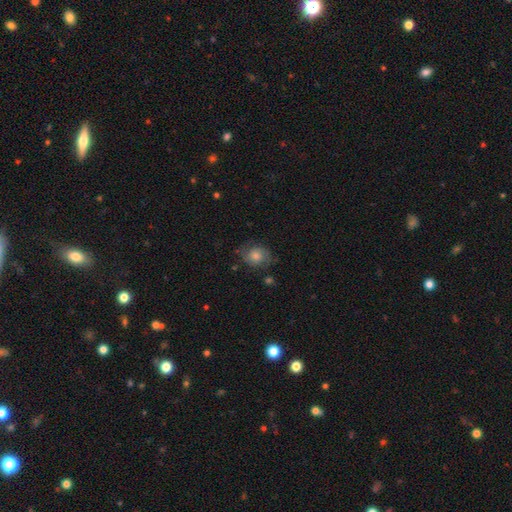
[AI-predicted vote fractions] This is possibly a featured or disk galaxy (46%). Merging: likely none (72%).